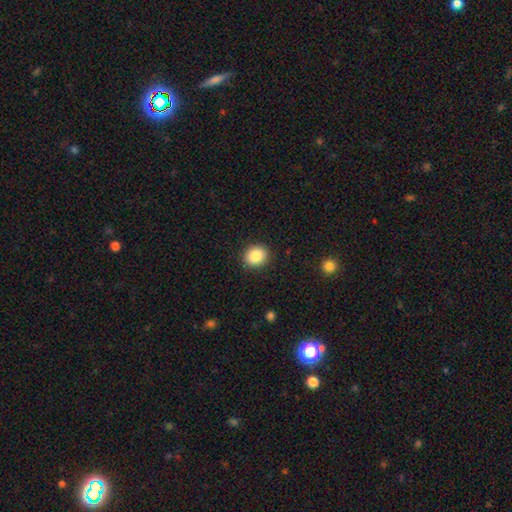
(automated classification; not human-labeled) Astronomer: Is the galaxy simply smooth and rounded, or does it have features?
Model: smooth — 87%.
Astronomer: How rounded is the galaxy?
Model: round — 75%.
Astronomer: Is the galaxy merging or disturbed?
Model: none — 90%.